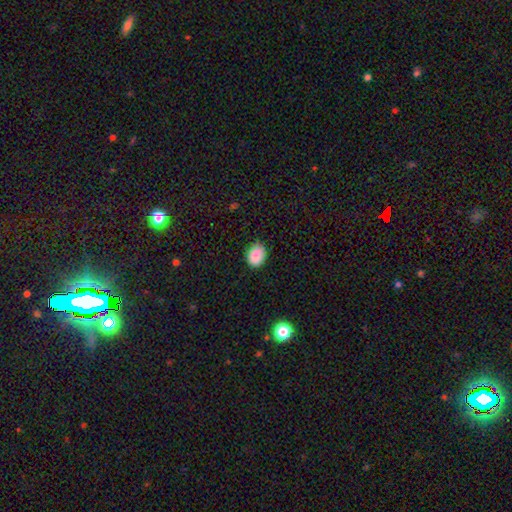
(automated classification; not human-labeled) A smooth galaxy with no disk features (88%) that is in between round and cigar-shaped (56%). Merging: none (80%).